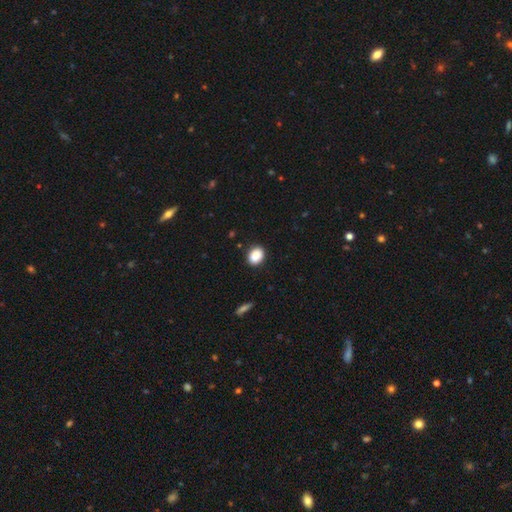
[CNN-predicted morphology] smooth-or-featured: smooth: 89% | star or artifact: 8% | featured or disk: 3%
  how-rounded: in between: 54% | round: 45% | cigar-shaped: 1%
  merging: none: 89% | minor disturbance: 8% | major disturbance: 2% | merger: 1%